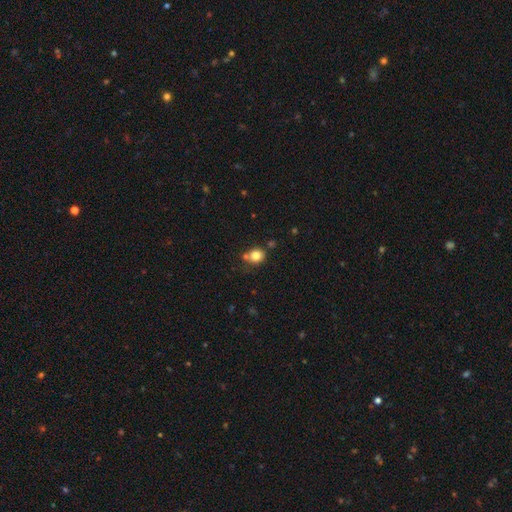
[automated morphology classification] smooth_or_featured: smooth (p=0.82) [alt: star or artifact p=0.11]
how_rounded: round (p=0.72) [alt: in between p=0.27]
merging: none (p=0.64) [alt: merger p=0.16]